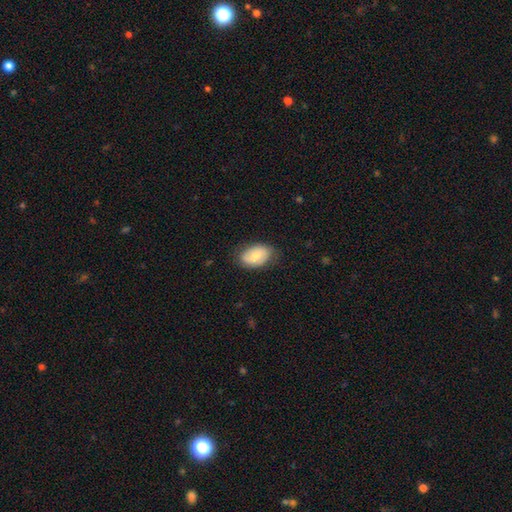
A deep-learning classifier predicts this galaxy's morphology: A smooth galaxy with no disk features (68%) that is in between round and cigar-shaped (90%).

Vote fractions:
- Smooth or featured? smooth: 68% / featured or disk: 26% / star or artifact: 6%
- How rounded? in between: 90% / round: 9% / cigar-shaped: 1%
- Merging? none: 76% / minor disturbance: 19% / major disturbance: 4% / merger: 1%